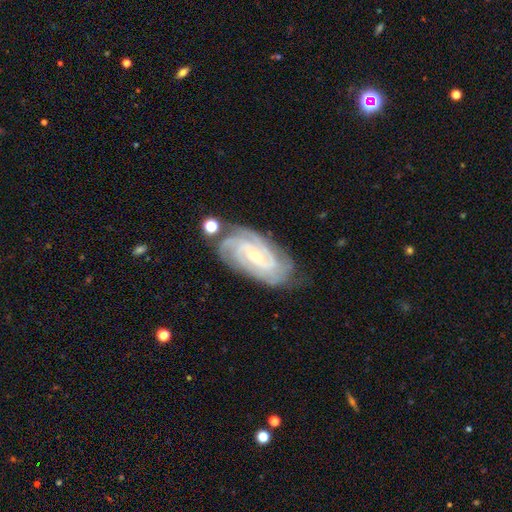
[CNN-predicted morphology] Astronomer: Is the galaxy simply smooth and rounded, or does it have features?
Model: featured or disk — 90%.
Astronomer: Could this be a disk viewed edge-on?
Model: no — 96%.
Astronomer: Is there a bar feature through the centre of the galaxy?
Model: no — 42% (runner-up: weak, 39%).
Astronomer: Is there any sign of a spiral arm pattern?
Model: yes — 98%.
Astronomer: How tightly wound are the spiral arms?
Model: tight — 74%.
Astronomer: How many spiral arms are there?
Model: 4 — 33% (runner-up: 3, 28%).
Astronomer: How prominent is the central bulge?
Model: small — 65%.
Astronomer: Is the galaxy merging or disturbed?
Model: none — 75%.